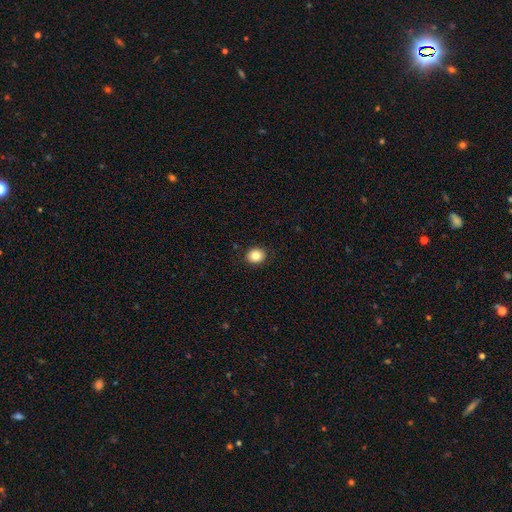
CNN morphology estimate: A smooth galaxy with no disk features (83%) that is round (70%). Merging: none (90%).